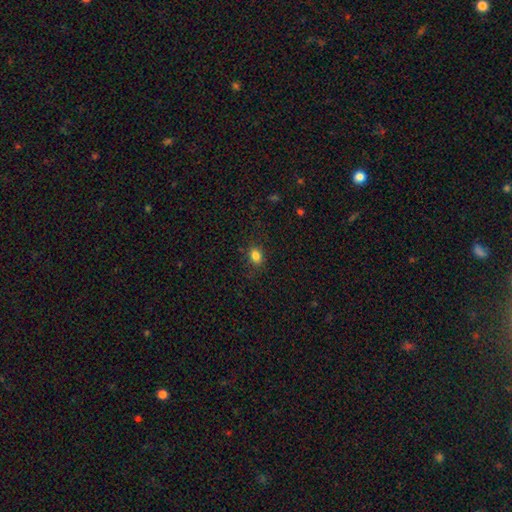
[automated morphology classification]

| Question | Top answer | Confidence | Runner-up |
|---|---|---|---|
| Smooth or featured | smooth | 83% | star or artifact (12%) |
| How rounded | in between | 58% | round (41%) |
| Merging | none | 83% | minor disturbance (12%) |